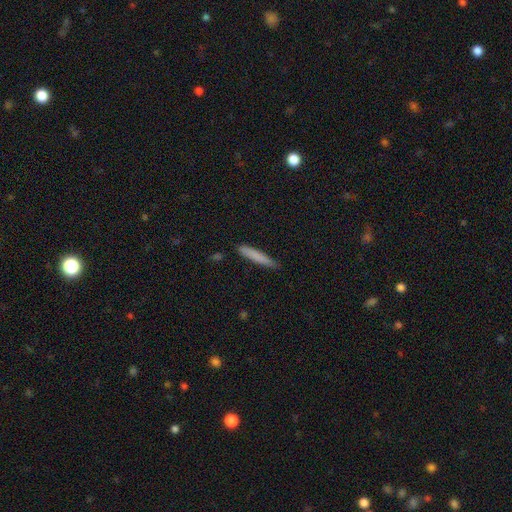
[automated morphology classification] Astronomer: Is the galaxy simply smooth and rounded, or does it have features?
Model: smooth — 79%.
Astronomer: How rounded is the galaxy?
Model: cigar-shaped — 94%.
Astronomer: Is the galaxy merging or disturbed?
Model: none — 84%.